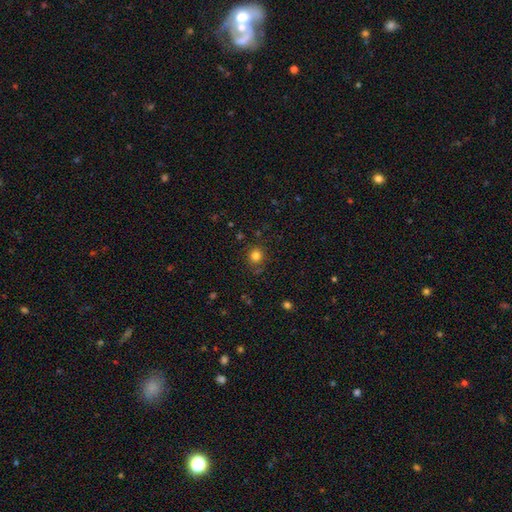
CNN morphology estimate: This appears to be a smooth galaxy with no disk features (81%) that is round (88%). Merging: none (83%).